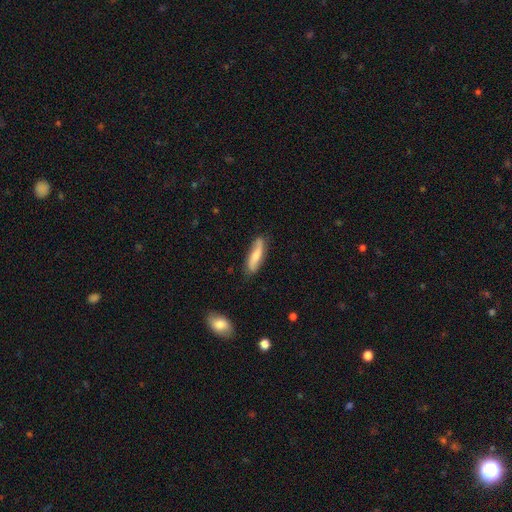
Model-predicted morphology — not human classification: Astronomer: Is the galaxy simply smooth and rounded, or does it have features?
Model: smooth — 55% (runner-up: featured or disk, 39%).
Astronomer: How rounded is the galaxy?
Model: cigar-shaped — 66%.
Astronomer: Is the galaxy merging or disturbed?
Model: none — 76%.